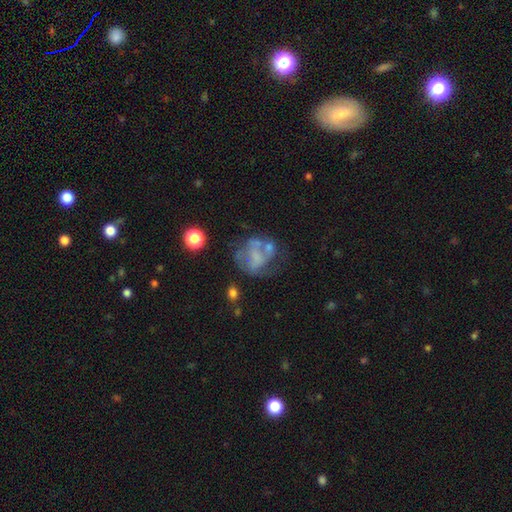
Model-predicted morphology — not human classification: type=featured or disk (57%); edge-on=no (98%); bar=no (79%); spiral arms=no (75%); bulge=none (65%); merging=none (36%).